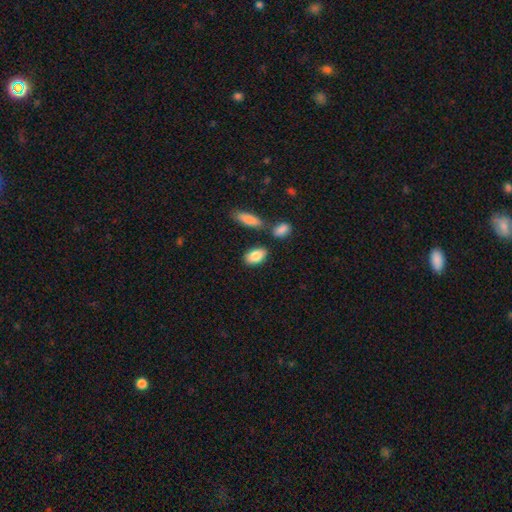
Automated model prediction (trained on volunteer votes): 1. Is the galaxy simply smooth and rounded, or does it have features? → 84% smooth, 9% featured or disk, 6% star or artifact.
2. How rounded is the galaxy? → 90% in between, 6% round, 4% cigar-shaped.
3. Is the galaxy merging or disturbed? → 76% none, 12% minor disturbance, 9% merger, 3% major disturbance.